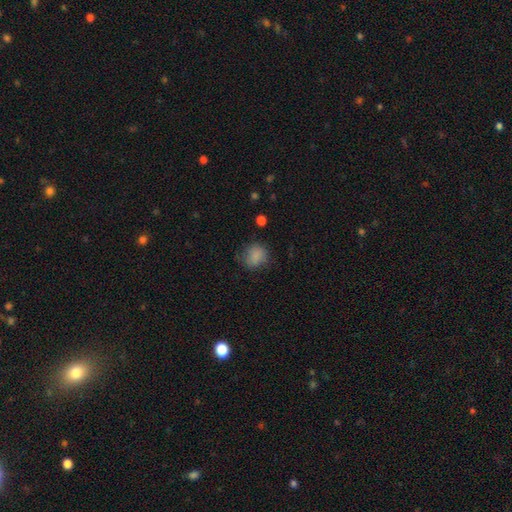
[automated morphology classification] Smooth or featured? smooth (83%)
How rounded? round (69%)
Merging? none (70%)